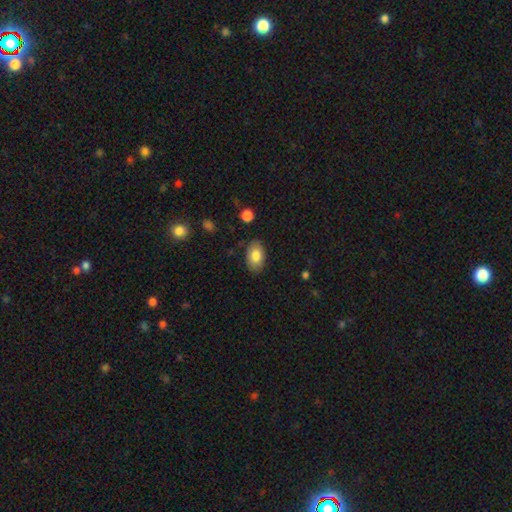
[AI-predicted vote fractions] Q: Smooth or featured?
A: smooth (82%); runner-up: featured or disk (12%)
Q: How rounded?
A: in between (91%); runner-up: round (8%)
Q: Merging?
A: none (84%); runner-up: minor disturbance (12%)